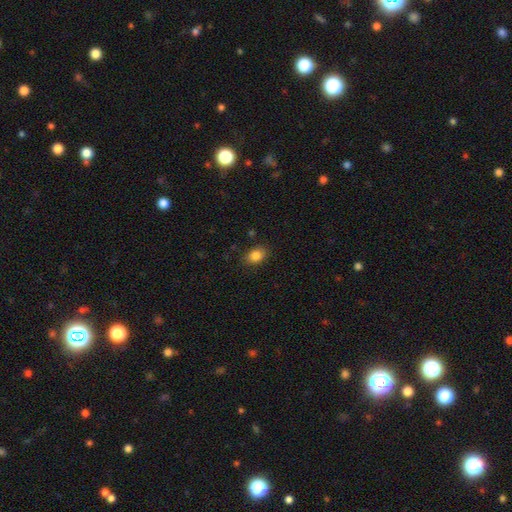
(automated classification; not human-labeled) The model was most divided on "how rounded": in between: 69%, round: 30%, cigar-shaped: 1%. More confident: smooth or featured — smooth (85%); merging — none (84%).